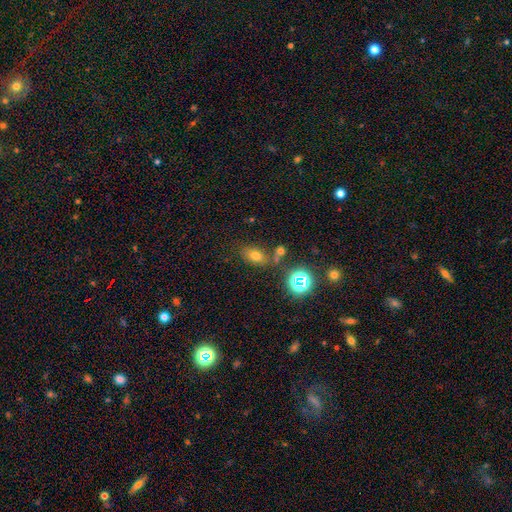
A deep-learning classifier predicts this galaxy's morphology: Overall: smooth (66%). How rounded: in between (78%). Merging: none (69%).